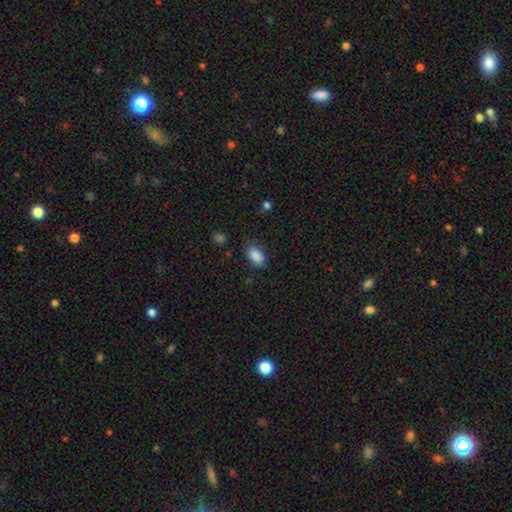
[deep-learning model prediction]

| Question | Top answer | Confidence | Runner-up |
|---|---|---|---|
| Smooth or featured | smooth | 88% | star or artifact (8%) |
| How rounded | in between | 92% | round (6%) |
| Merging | none | 80% | minor disturbance (15%) |